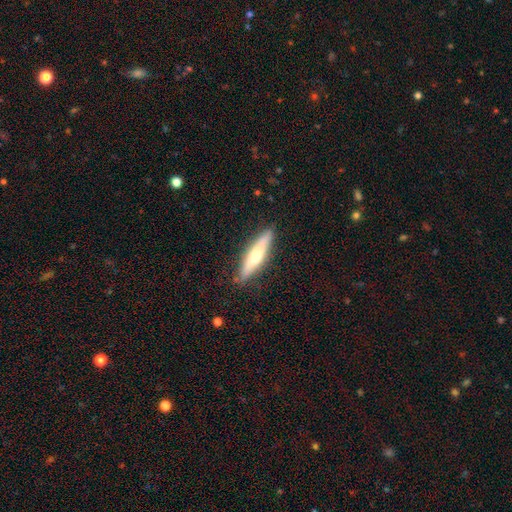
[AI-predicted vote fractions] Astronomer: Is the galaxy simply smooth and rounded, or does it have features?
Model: smooth — 54% (runner-up: featured or disk, 40%).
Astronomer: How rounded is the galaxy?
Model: cigar-shaped — 84%.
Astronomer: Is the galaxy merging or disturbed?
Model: none — 85%.